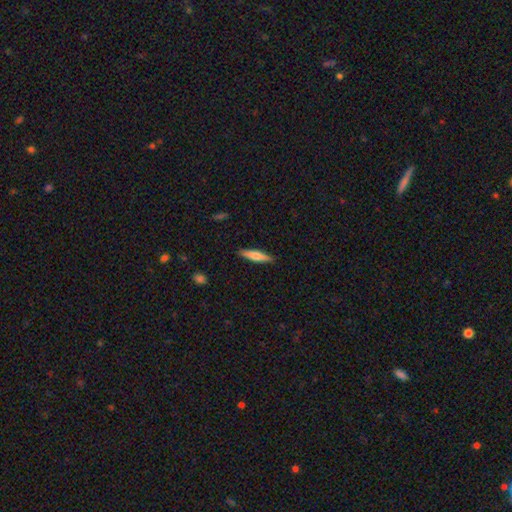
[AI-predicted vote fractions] smooth-or-featured: smooth: 63% | featured or disk: 31% | star or artifact: 6%
  how-rounded: cigar-shaped: 82% | in between: 16% | round: 2%
  merging: none: 89% | minor disturbance: 8% | major disturbance: 2% | merger: 1%